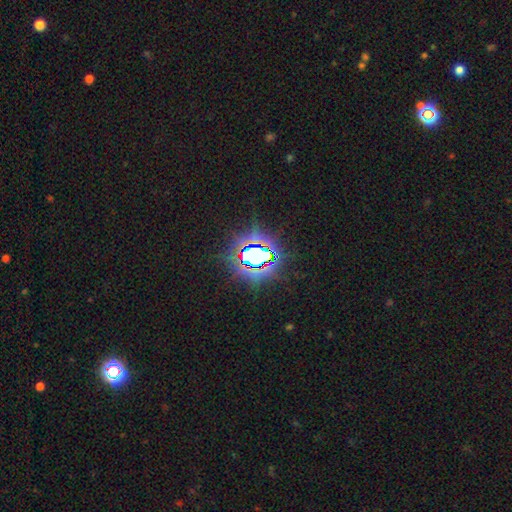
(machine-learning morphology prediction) Overall: star or artifact (74%).